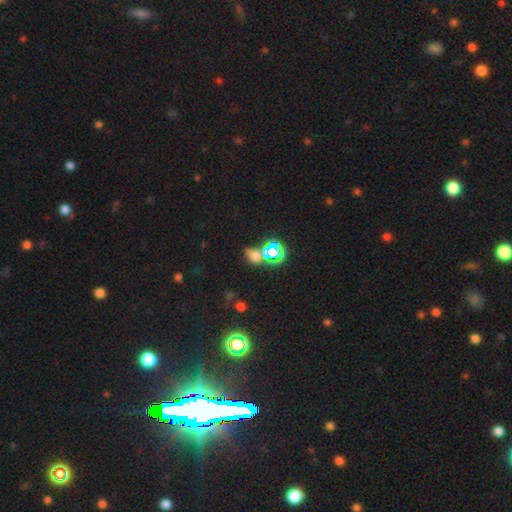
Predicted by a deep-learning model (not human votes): smooth_or_featured: star or artifact (p=0.50) [alt: smooth p=0.40]